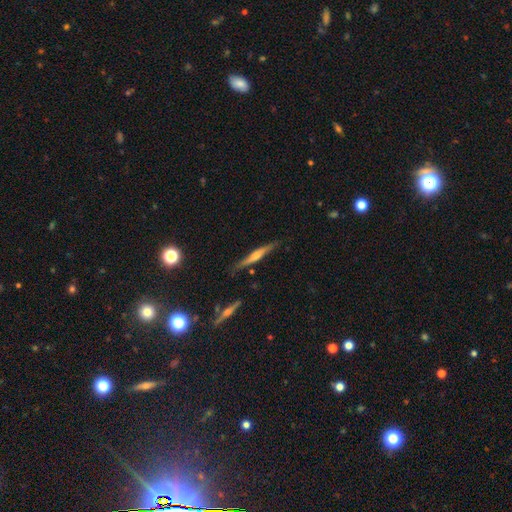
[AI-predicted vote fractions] Q: Smooth or featured?
A: featured or disk (62%); runner-up: smooth (32%)
Q: Edge-on disk?
A: yes (96%); runner-up: no (4%)
Q: Edge-on bulge?
A: rounded (75%); runner-up: boxy (14%)
Q: Merging?
A: none (81%); runner-up: minor disturbance (14%)